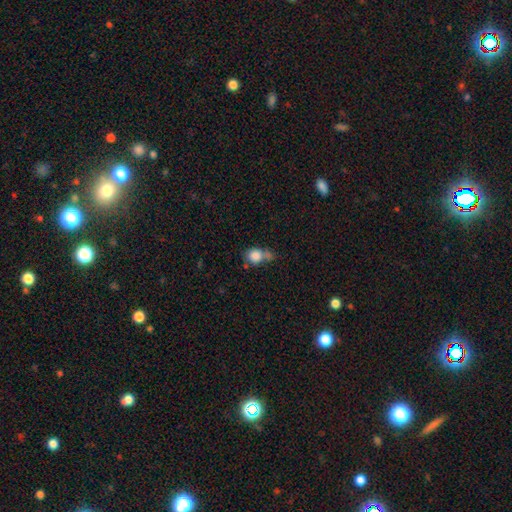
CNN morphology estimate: This is clearly a smooth galaxy (82%). How rounded: likely round (71%). Merging: marginally none (37%).